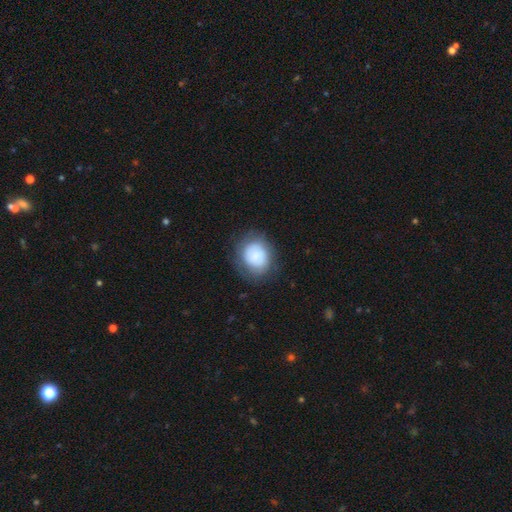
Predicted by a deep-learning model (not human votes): smooth-or-featured: smooth: 74% | featured or disk: 18% | star or artifact: 8%
  how-rounded: round: 67% | in between: 32% | cigar-shaped: 1%
  merging: none: 73% | minor disturbance: 18% | major disturbance: 8% | merger: 1%